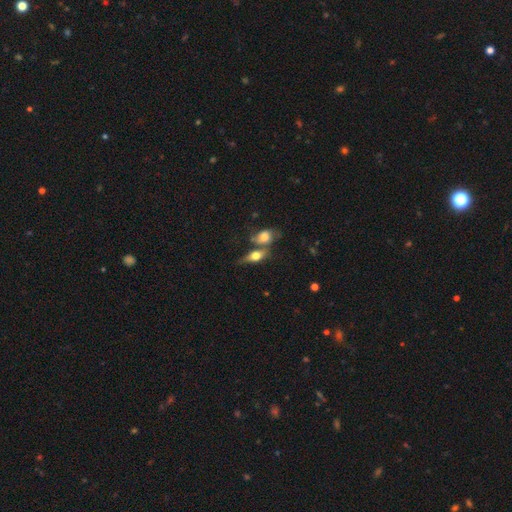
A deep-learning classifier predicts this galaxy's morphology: This appears to be a smooth galaxy with no disk features (55%) that is in between round and cigar-shaped (67%). Merging: merger (45%).